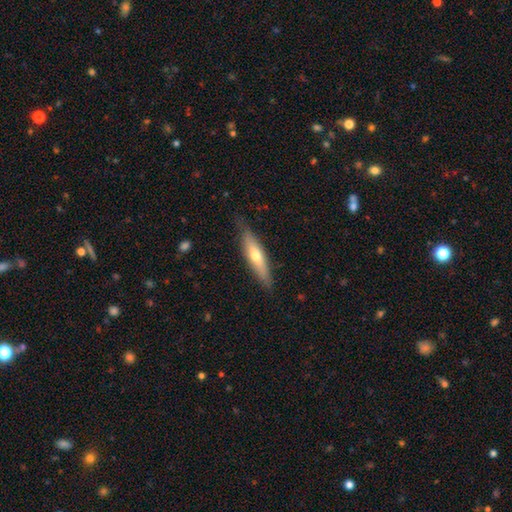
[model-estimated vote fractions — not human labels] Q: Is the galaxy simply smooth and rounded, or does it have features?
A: smooth — 49%.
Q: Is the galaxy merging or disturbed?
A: none — 81%.